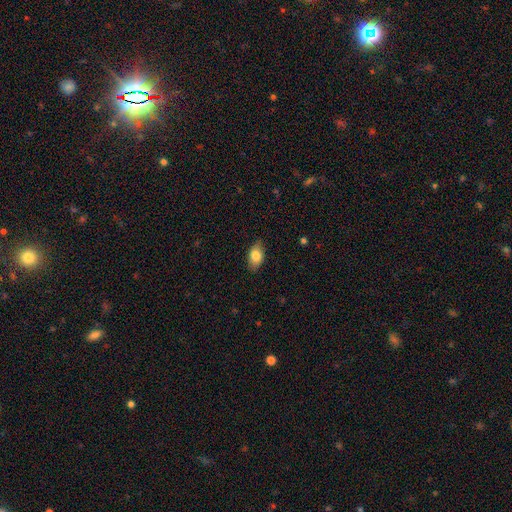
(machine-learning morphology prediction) Smooth or featured?
  - smooth: 81% *
  - featured or disk: 12%
  - star or artifact: 7%
How rounded?
  - in between: 90% *
  - round: 7%
  - cigar-shaped: 3%
Merging?
  - none: 83% *
  - minor disturbance: 13%
  - major disturbance: 2%
  - merger: 1%